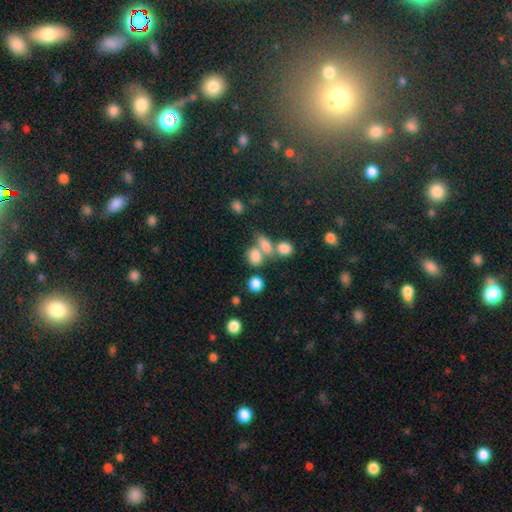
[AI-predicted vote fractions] Q: Smooth or featured?
A: smooth (77%); runner-up: star or artifact (13%)
Q: How rounded?
A: in between (52%); runner-up: round (46%)
Q: Merging?
A: merger (45%); runner-up: none (38%)